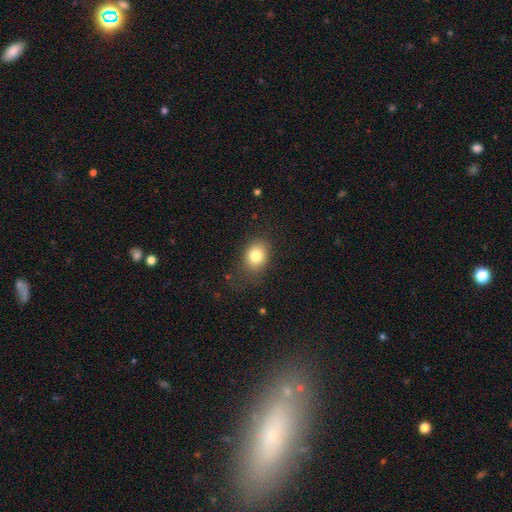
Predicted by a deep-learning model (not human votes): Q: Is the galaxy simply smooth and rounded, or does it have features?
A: smooth — 81%.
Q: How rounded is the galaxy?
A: in between — 55%.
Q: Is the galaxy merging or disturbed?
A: none — 76%.